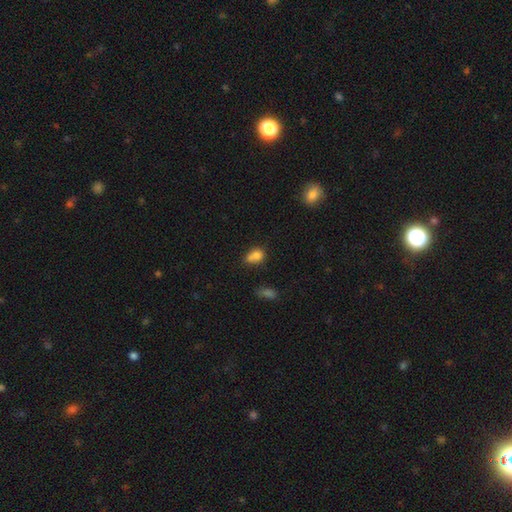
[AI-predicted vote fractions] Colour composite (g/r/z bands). It shows a smooth galaxy with no disk features (76%) that is in between round and cigar-shaped (57%). Merging: merger (40%).